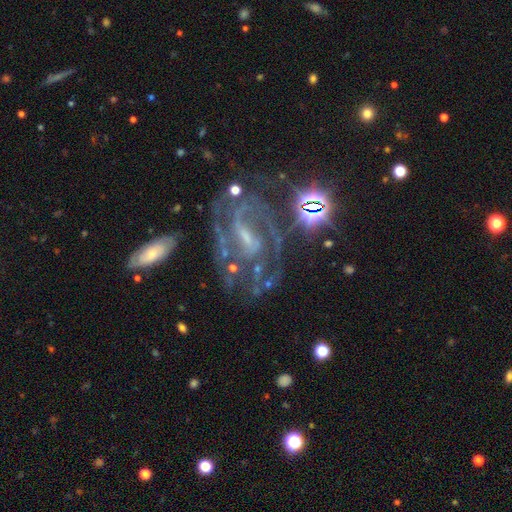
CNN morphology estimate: Q: Smooth or featured?
A: featured or disk (75%); runner-up: star or artifact (16%)
Q: Edge-on disk?
A: no (94%); runner-up: yes (6%)
Q: Bar?
A: weak (41%); runner-up: strong (33%)
Q: Spiral arms?
A: yes (85%); runner-up: no (15%)
Q: Spiral winding?
A: tight (47%); runner-up: medium (39%)
Q: Spiral arm count?
A: can't tell (34%); runner-up: 2 (33%)
Q: Bulge size?
A: small (57%); runner-up: moderate (21%)
Q: Merging?
A: none (58%); runner-up: minor disturbance (16%)